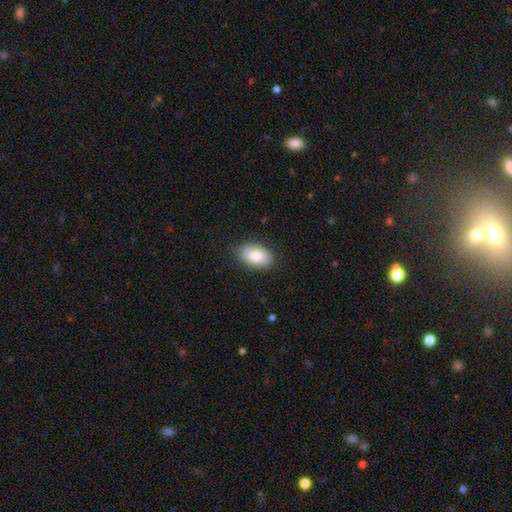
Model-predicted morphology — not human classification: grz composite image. It shows a smooth galaxy with no disk features (82%) that is in between round and cigar-shaped (91%). Merging: none (85%).